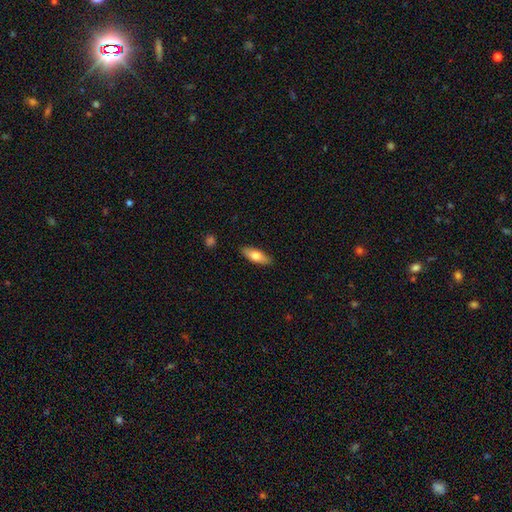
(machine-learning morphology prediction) Smooth or featured? smooth (72%)
How rounded? in between (65%)
Merging? none (88%)